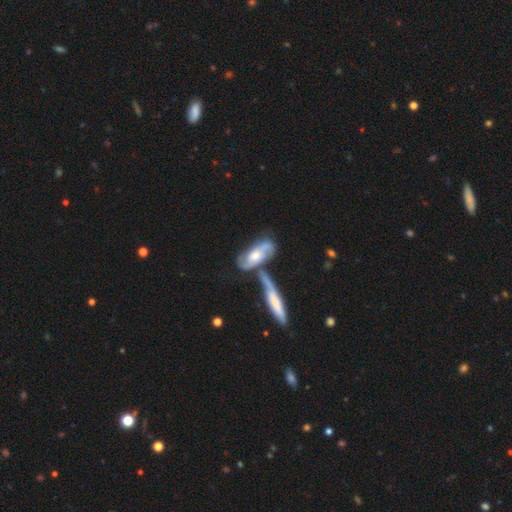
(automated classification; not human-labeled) A featured or disk galaxy (71%) with no bar (60%), 2 (76%) medium (44%) spiral arms (88%) and a moderate central bulge (60%).

Vote fractions:
- Smooth or featured? featured or disk: 71% / smooth: 24% / star or artifact: 5%
- Edge-on disk? no: 86% / yes: 14%
- Bar? no: 60% / weak: 30% / strong: 10%
- Spiral arms? yes: 88% / no: 12%
- Spiral winding? medium: 44% / loose: 28% / tight: 28%
- Spiral arm count? 2: 76% / can't tell: 15% / 3: 3% / 1: 3% / 4: 1% / more than 4: 1%
- Bulge size? moderate: 60% / small: 30% / large: 6% / none: 2% / dominant: 1%
- Merging? merger: 44% / none: 33% / minor disturbance: 15% / major disturbance: 9%